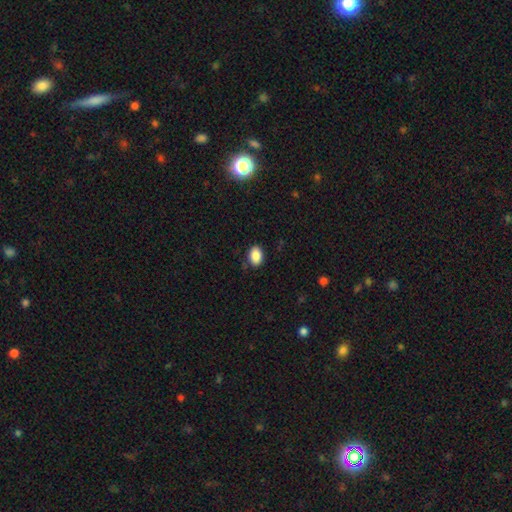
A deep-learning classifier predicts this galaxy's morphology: Smooth or featured?
  - smooth: 88% *
  - star or artifact: 8%
  - featured or disk: 4%
How rounded?
  - in between: 84% *
  - round: 15%
  - cigar-shaped: 1%
Merging?
  - none: 85% *
  - minor disturbance: 11%
  - major disturbance: 2%
  - merger: 1%